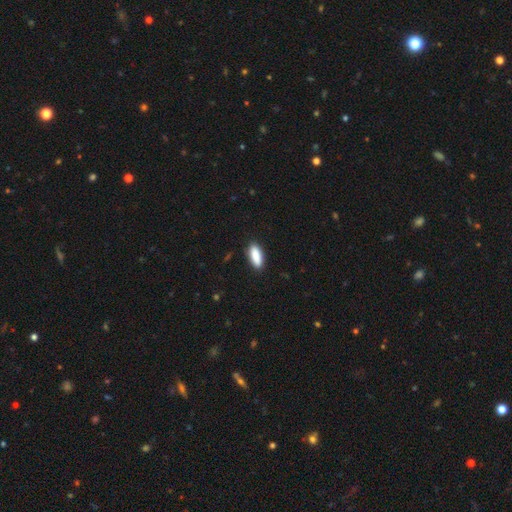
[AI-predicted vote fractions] smooth-or-featured: smooth: 89% | star or artifact: 6% | featured or disk: 5%
  how-rounded: in between: 71% | cigar-shaped: 27% | round: 2%
  merging: none: 87% | minor disturbance: 9% | major disturbance: 2% | merger: 1%